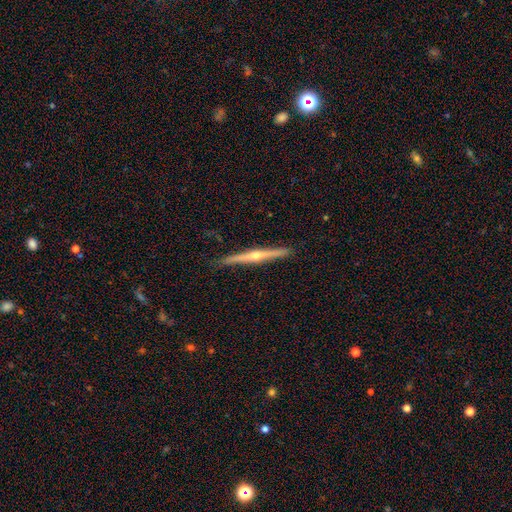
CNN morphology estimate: Smooth or featured?
  - featured or disk: 79% *
  - smooth: 16%
  - star or artifact: 5%
Edge-on disk?
  - yes: 98% *
  - no: 2%
Edge-on bulge?
  - rounded: 90% *
  - none: 7%
  - boxy: 2%
Merging?
  - none: 90% *
  - minor disturbance: 7%
  - major disturbance: 1%
  - merger: 1%